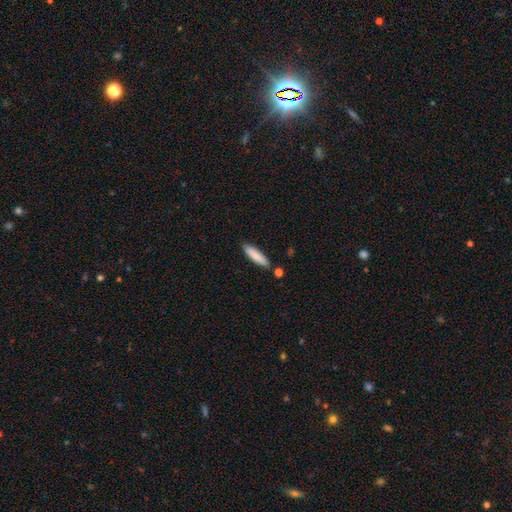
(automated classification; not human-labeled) A smooth galaxy with no disk features (84%) that is cigar-shaped (76%). Merging: none (83%).